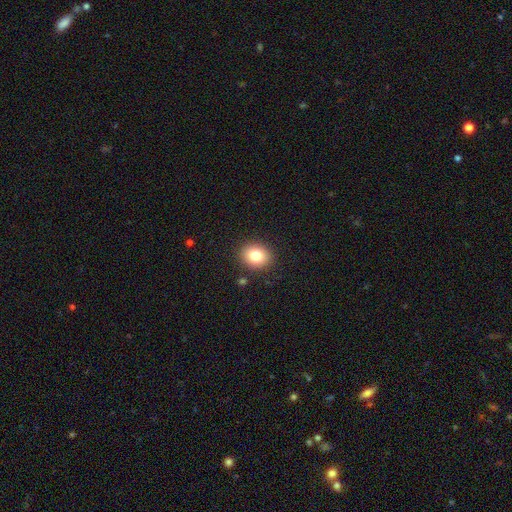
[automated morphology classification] A smooth galaxy with no disk features (80%) that is round (66%). Merging: none (88%).